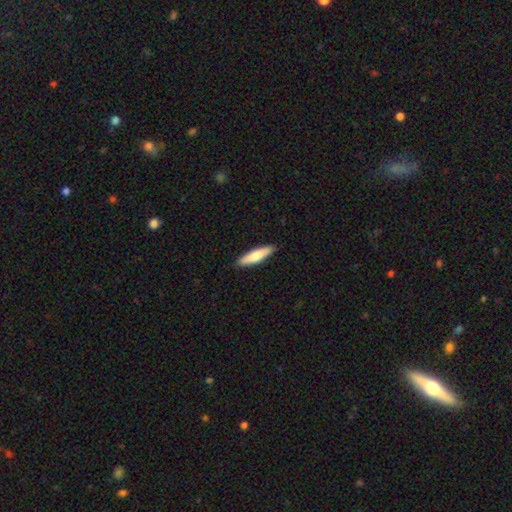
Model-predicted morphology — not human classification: Smooth or featured? Predicted: smooth (p=0.73). How rounded? Predicted: cigar-shaped (p=0.77). Merging? Predicted: none (p=0.90).